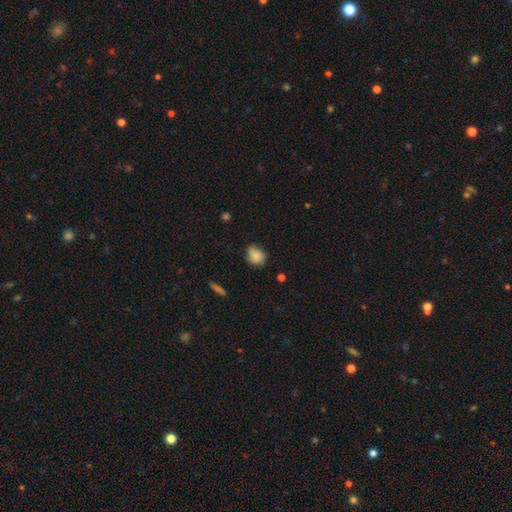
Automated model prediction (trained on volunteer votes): Smooth or featured? Predicted: smooth (p=0.79). How rounded? Predicted: round (p=0.56). Merging? Predicted: none (p=0.60).